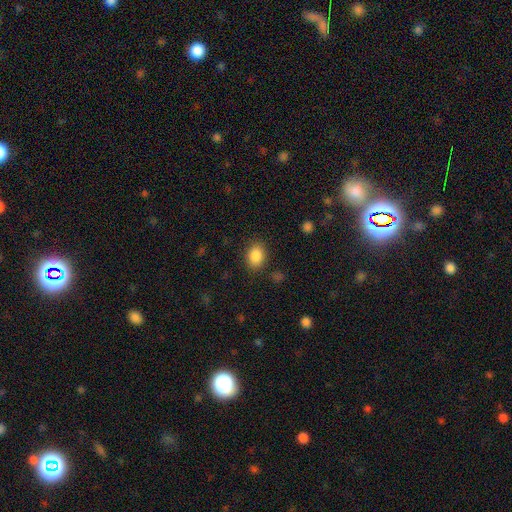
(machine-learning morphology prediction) Q: Smooth or featured?
A: smooth (87%); runner-up: star or artifact (9%)
Q: How rounded?
A: in between (67%); runner-up: round (32%)
Q: Merging?
A: none (85%); runner-up: minor disturbance (10%)